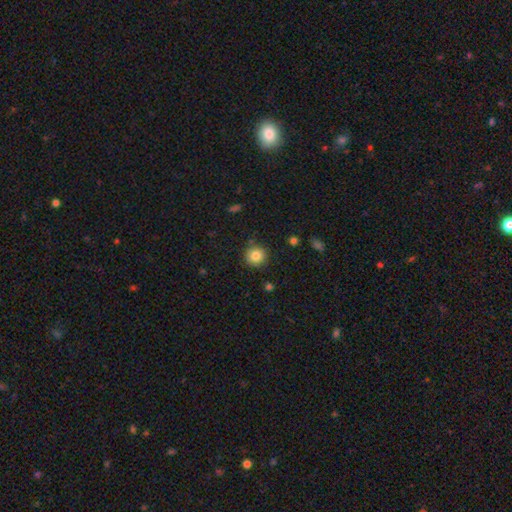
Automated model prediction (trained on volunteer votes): This is clearly a smooth galaxy (84%). How rounded: clearly round (93%). Merging: clearly none (87%).